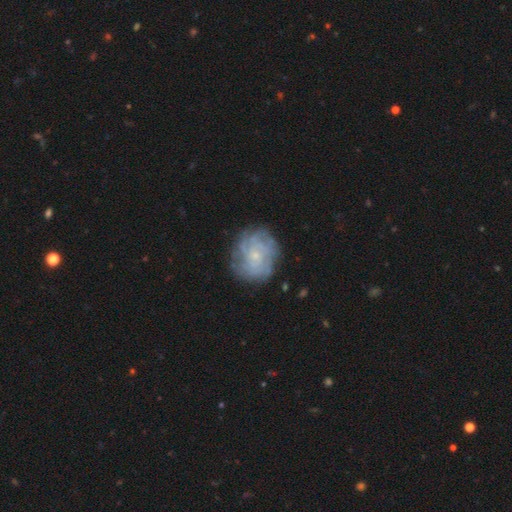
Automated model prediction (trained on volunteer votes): A featured or disk galaxy (69%) with no bar (78%), tight (65%) spiral arms (87%) and a small central bulge (75%). Merging: none (78%).